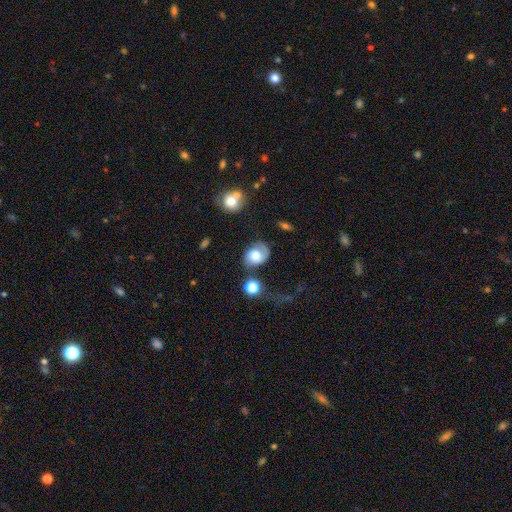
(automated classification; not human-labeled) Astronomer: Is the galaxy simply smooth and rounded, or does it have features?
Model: smooth — 58%.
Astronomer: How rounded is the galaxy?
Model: in between — 57% (runner-up: round, 42%).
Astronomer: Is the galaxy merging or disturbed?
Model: none — 52%.